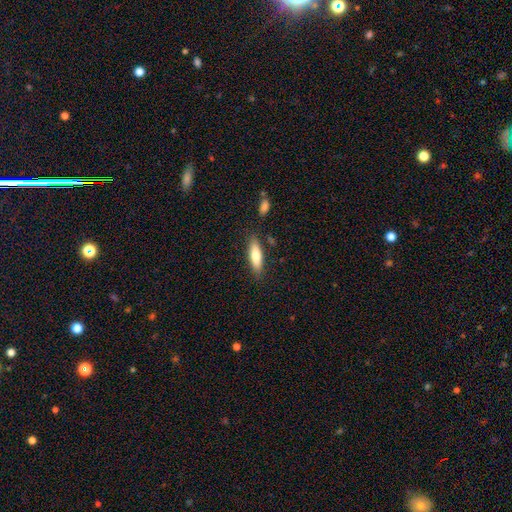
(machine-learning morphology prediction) smooth-or-featured: smooth: 76% | featured or disk: 18% | star or artifact: 6%
  how-rounded: cigar-shaped: 53% | in between: 45% | round: 2%
  merging: none: 81% | minor disturbance: 12% | merger: 4% | major disturbance: 3%